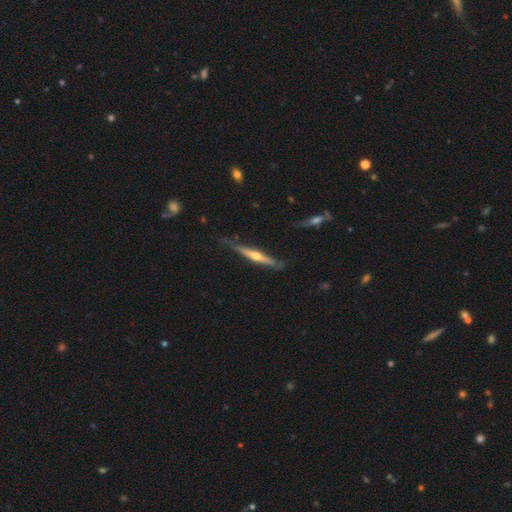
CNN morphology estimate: This is likely a featured or disk galaxy (70%). It is clearly viewed edge-on (95%). Edge-on bulge: clearly rounded (88%). Merging: likely none (72%).